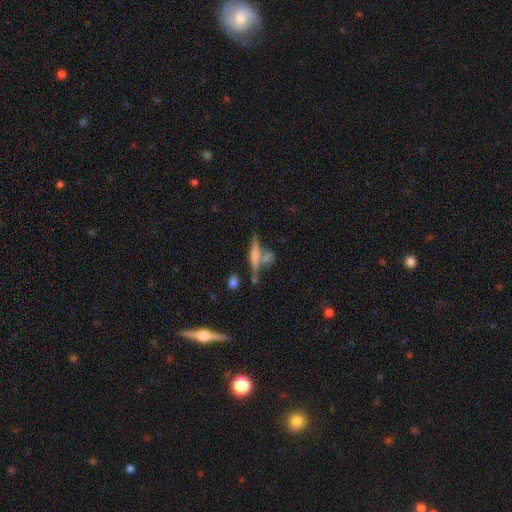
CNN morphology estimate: The model was most divided on "smooth or featured": featured or disk: 48%, smooth: 42%, star or artifact: 10%. More confident: merging — none (55%).